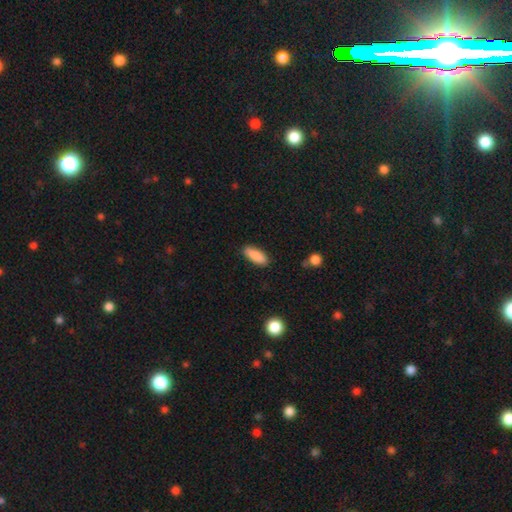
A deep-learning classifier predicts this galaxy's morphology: Overall: smooth (88%). How rounded: in between (69%; cigar-shaped 29%). Merging: none (87%).